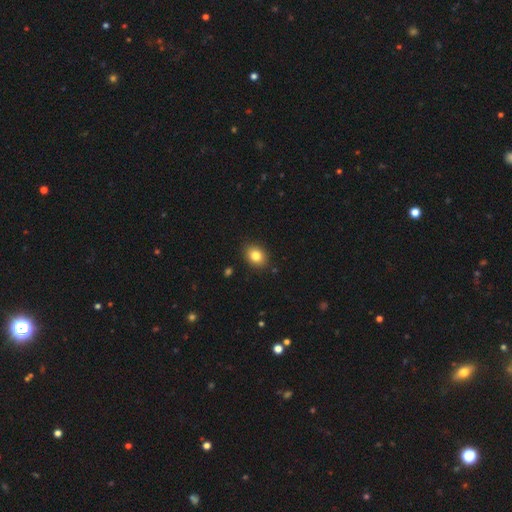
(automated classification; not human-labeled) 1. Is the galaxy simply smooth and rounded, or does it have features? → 83% smooth, 10% star or artifact, 8% featured or disk.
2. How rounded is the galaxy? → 59% in between, 40% round, 1% cigar-shaped.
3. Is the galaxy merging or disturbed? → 88% none, 8% minor disturbance, 2% major disturbance, 1% merger.